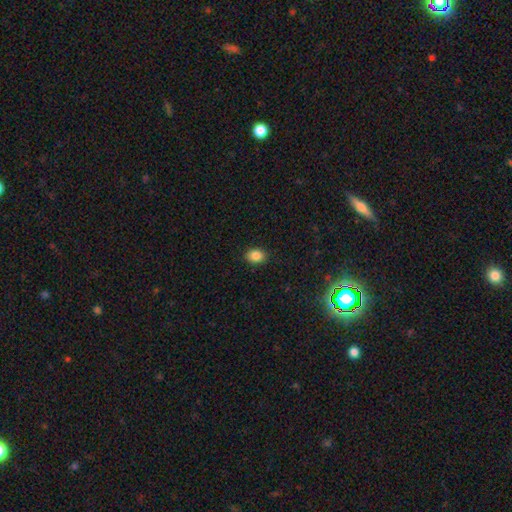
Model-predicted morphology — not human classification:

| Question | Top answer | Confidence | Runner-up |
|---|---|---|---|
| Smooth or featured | smooth | 86% | star or artifact (10%) |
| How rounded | in between | 62% | round (37%) |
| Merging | none | 89% | minor disturbance (8%) |